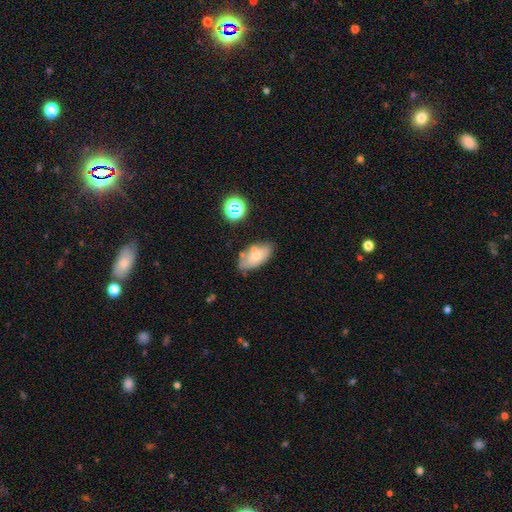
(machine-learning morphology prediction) Q: Smooth or featured?
A: smooth (65%); runner-up: featured or disk (25%)
Q: How rounded?
A: in between (92%); runner-up: round (4%)
Q: Merging?
A: none (62%); runner-up: minor disturbance (26%)